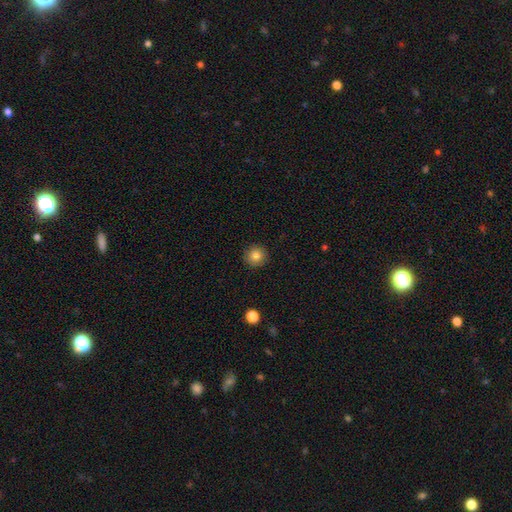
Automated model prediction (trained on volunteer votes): smooth_or_featured: smooth (p=0.82) [alt: star or artifact p=0.11]
how_rounded: round (p=0.95) [alt: in between p=0.04]
merging: none (p=0.91) [alt: minor disturbance p=0.06]